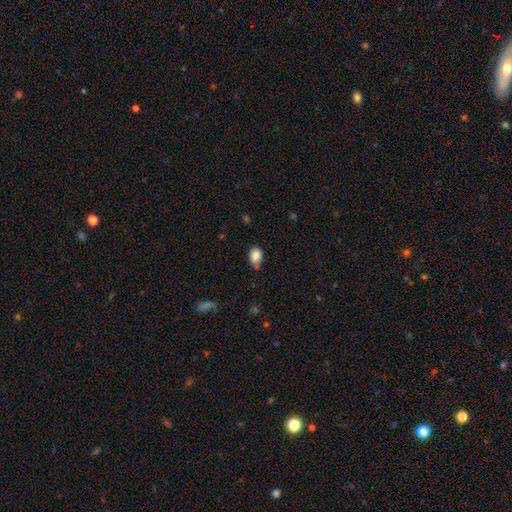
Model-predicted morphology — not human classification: This appears to be a smooth galaxy with no disk features (86%) that is in between round and cigar-shaped (77%). Merging: none (61%).